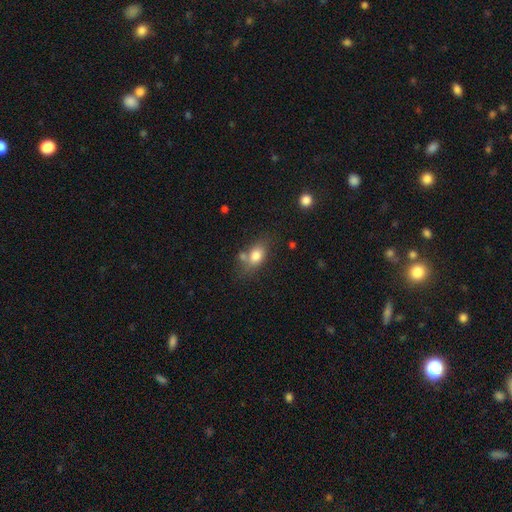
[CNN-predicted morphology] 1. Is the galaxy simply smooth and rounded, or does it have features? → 78% smooth, 13% featured or disk, 9% star or artifact.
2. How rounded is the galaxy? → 77% in between, 20% round, 3% cigar-shaped.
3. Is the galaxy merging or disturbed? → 58% none, 19% minor disturbance, 18% merger, 6% major disturbance.